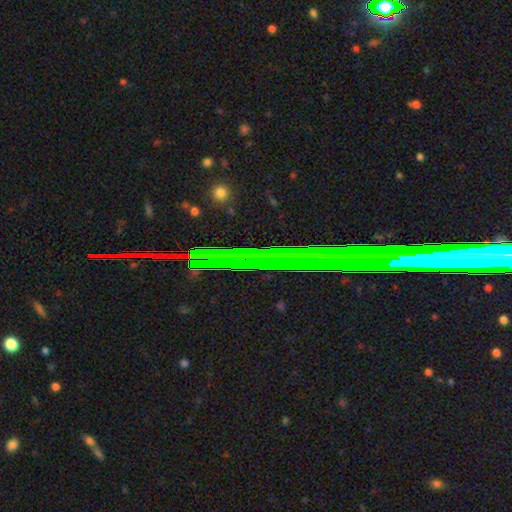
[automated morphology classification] This is likely a star or artifact rather than a galaxy (74%).